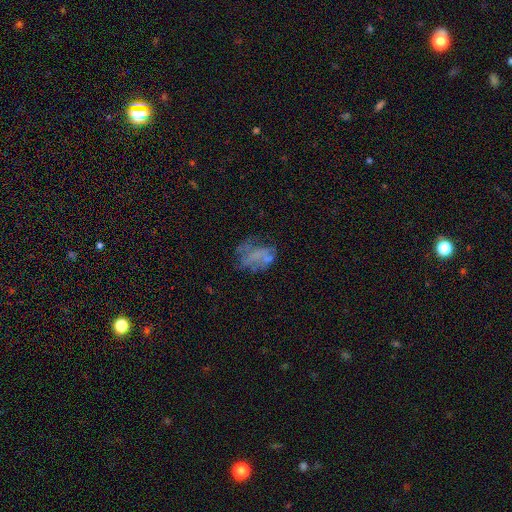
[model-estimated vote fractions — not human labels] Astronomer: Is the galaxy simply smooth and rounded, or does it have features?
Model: featured or disk — 50% (runner-up: smooth, 33%).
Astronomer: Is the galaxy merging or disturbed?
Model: none — 39% (runner-up: major disturbance, 34%).